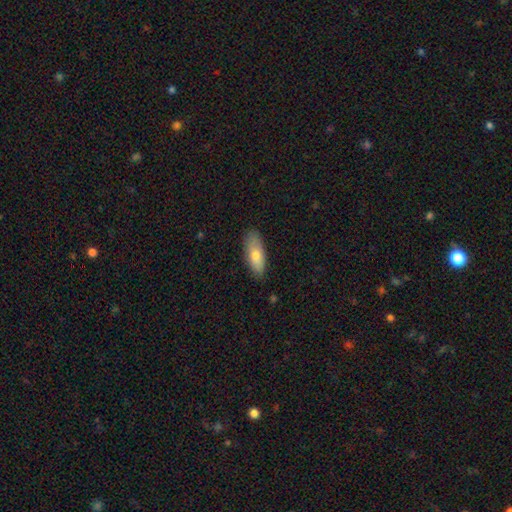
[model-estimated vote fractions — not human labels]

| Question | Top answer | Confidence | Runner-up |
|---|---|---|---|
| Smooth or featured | smooth | 74% | featured or disk (19%) |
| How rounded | in between | 75% | cigar-shaped (23%) |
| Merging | none | 82% | minor disturbance (14%) |